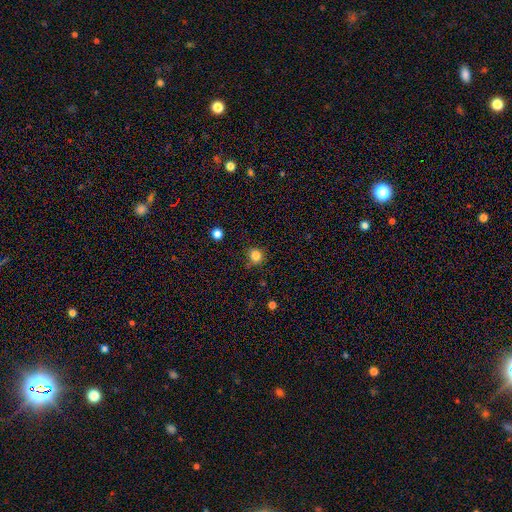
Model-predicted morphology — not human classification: The model was most divided on "merging": none: 79%, minor disturbance: 15%, major disturbance: 4%, merger: 3%. More confident: smooth or featured — smooth (83%); how rounded — round (81%).